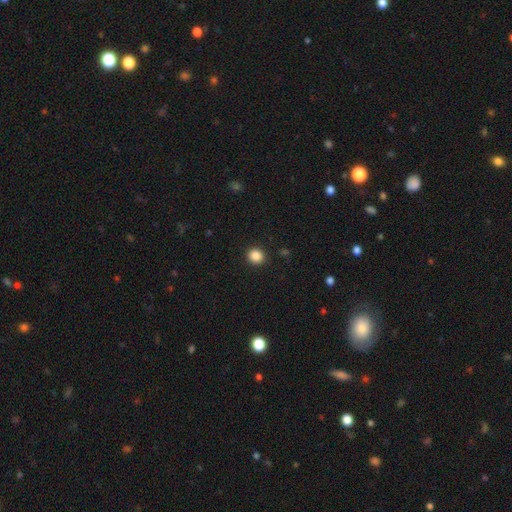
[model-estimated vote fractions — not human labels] Morphology: type=smooth (87%); roundness=round (86%); merging=none (92%).